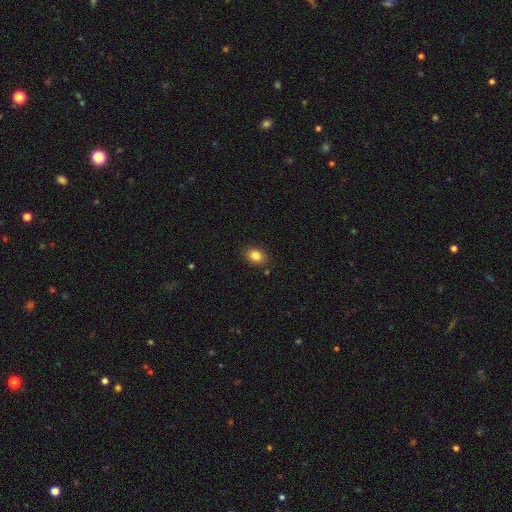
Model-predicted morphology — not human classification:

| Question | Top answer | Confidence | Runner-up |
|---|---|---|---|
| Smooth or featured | smooth | 84% | star or artifact (10%) |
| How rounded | in between | 72% | round (26%) |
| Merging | none | 87% | minor disturbance (9%) |